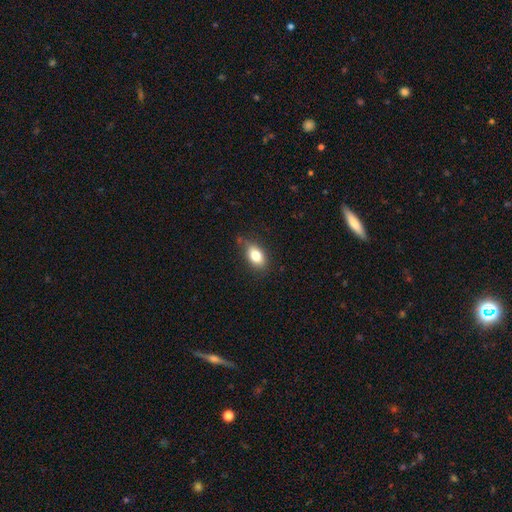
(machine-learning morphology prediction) Smooth or featured?
  - smooth: 81% *
  - featured or disk: 10%
  - star or artifact: 8%
How rounded?
  - in between: 86% *
  - round: 11%
  - cigar-shaped: 3%
Merging?
  - none: 74% *
  - minor disturbance: 20%
  - major disturbance: 4%
  - merger: 2%